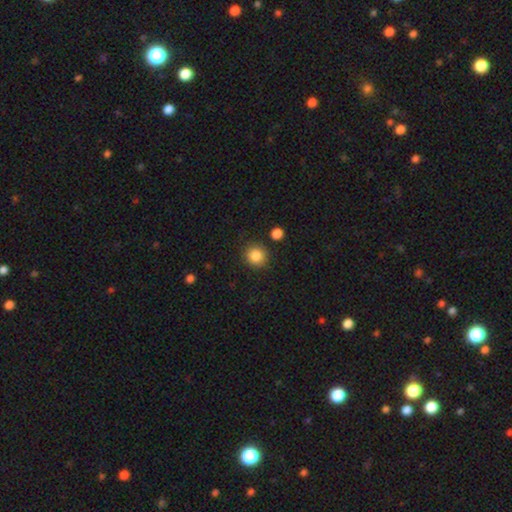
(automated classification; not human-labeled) Overall: smooth (86%). How rounded: round (90%). Merging: none (87%).